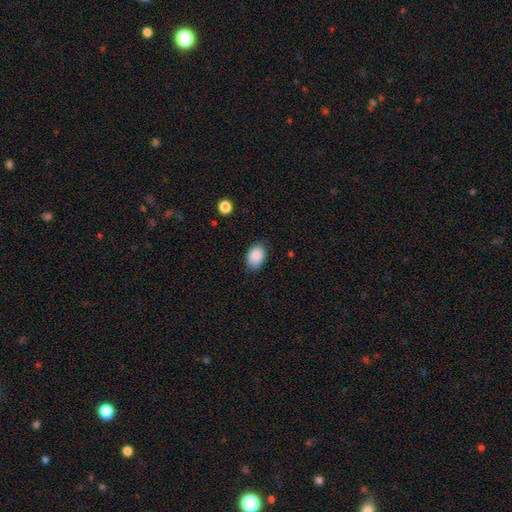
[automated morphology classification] Q: Smooth or featured?
A: smooth (89%); runner-up: star or artifact (7%)
Q: How rounded?
A: in between (77%); runner-up: round (22%)
Q: Merging?
A: none (82%); runner-up: minor disturbance (14%)